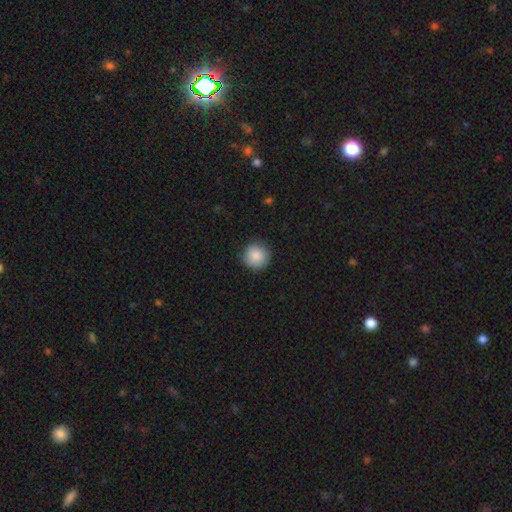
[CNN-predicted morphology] This appears to be a smooth galaxy with no disk features (87%) that is round (95%). Merging: none (88%).